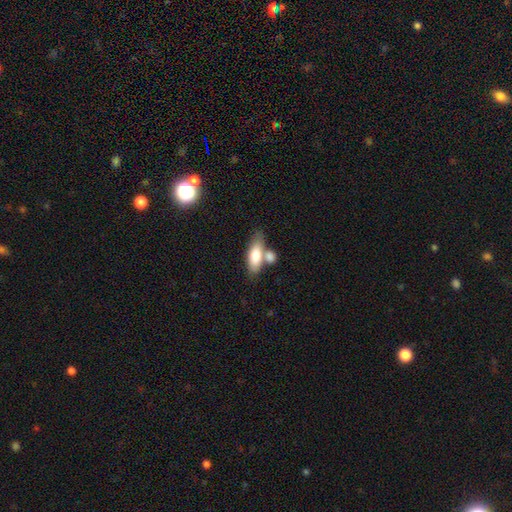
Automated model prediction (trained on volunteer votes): This appears to be a smooth galaxy with no disk features (75%) that is in between round and cigar-shaped (75%). Merging: none (42%).